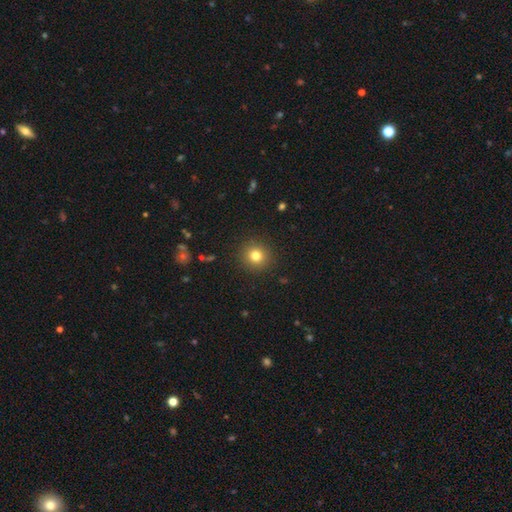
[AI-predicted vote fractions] A smooth galaxy with no disk features (79%) that is round (93%).

Vote fractions:
- Smooth or featured? smooth: 79% / star or artifact: 13% / featured or disk: 8%
- How rounded? round: 93% / in between: 6% / cigar-shaped: 1%
- Merging? none: 91% / minor disturbance: 6% / major disturbance: 2% / merger: 1%